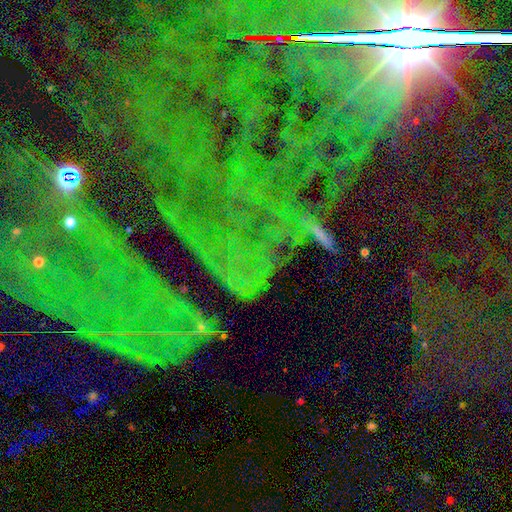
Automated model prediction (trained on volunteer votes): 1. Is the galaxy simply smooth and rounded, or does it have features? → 81% star or artifact, 10% featured or disk, 9% smooth.